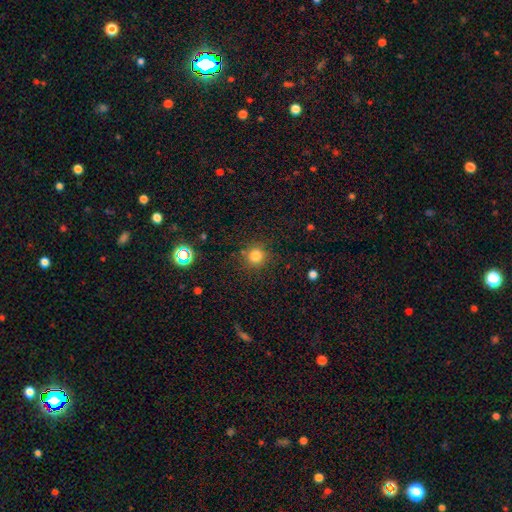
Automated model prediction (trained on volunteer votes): The model was most divided on "smooth or featured": smooth: 80%, star or artifact: 15%, featured or disk: 5%. More confident: how rounded — round (93%); merging — none (85%).